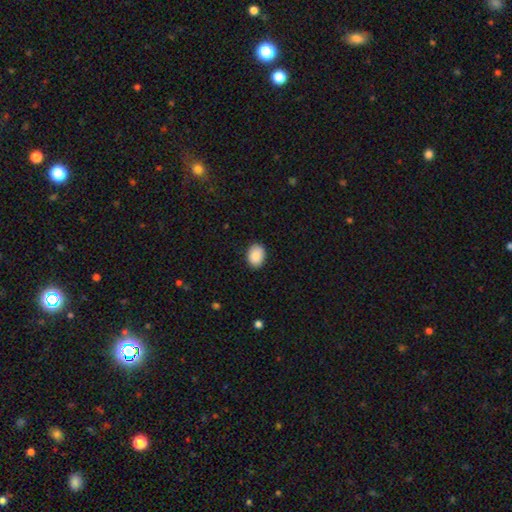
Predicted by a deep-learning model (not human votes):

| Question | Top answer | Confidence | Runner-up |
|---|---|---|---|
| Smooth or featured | smooth | 88% | star or artifact (7%) |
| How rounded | in between | 72% | round (27%) |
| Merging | none | 88% | minor disturbance (9%) |